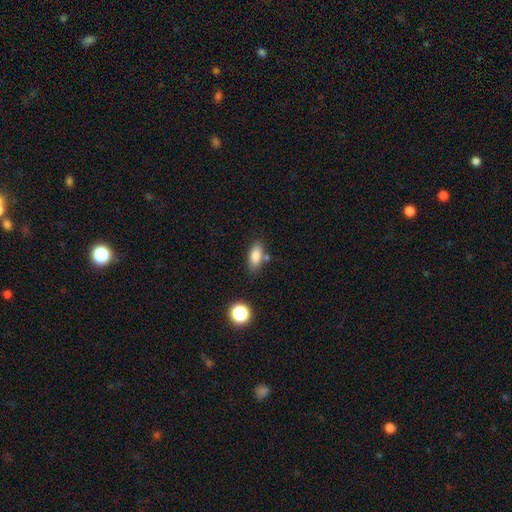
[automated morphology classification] smooth-or-featured: smooth: 83% | star or artifact: 9% | featured or disk: 8%
  how-rounded: in between: 82% | cigar-shaped: 13% | round: 5%
  merging: none: 74% | minor disturbance: 14% | merger: 9% | major disturbance: 4%